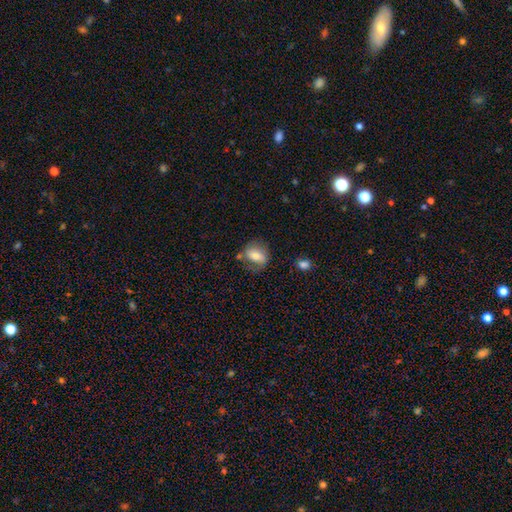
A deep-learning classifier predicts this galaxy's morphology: smooth_or_featured: smooth (p=0.56) [alt: featured or disk p=0.36]
how_rounded: in between (p=0.57) [alt: round p=0.41]
merging: none (p=0.59) [alt: minor disturbance p=0.23]